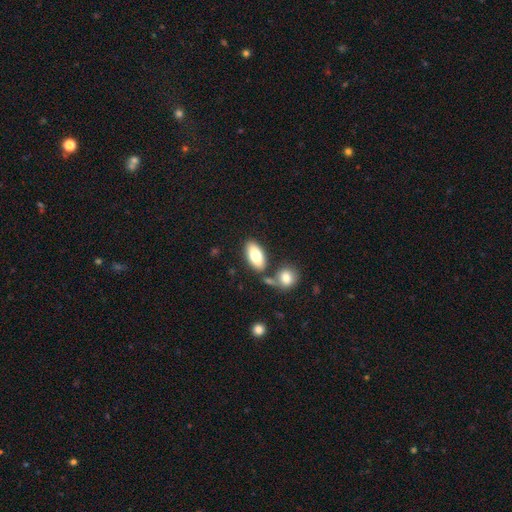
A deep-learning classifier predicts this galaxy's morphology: Q: Smooth or featured?
A: smooth (78%); runner-up: featured or disk (16%)
Q: How rounded?
A: in between (90%); runner-up: cigar-shaped (6%)
Q: Merging?
A: none (70%); runner-up: merger (17%)